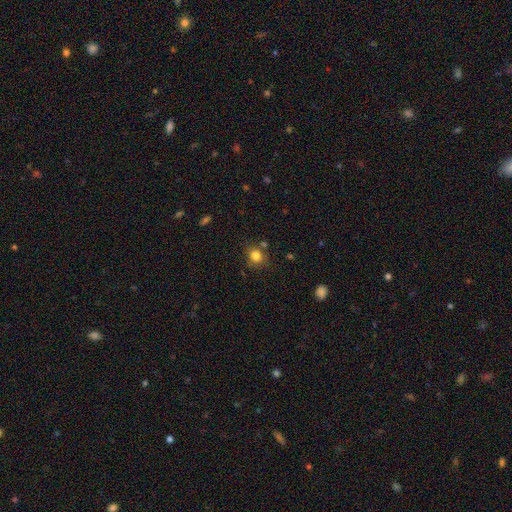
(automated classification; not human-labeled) This appears to be a smooth galaxy with no disk features (81%) that is round (72%). Merging: none (74%).